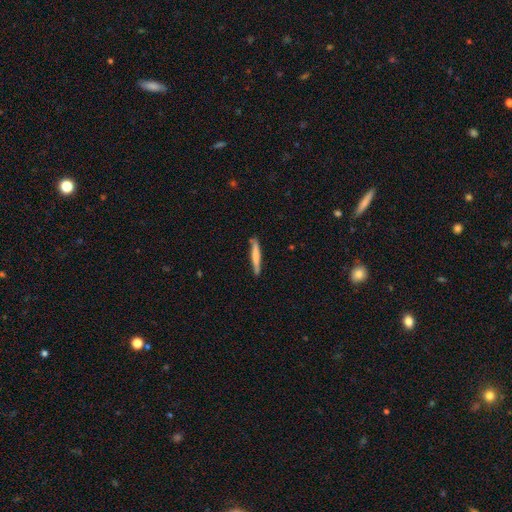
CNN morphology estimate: smooth-or-featured: smooth: 66% | featured or disk: 29% | star or artifact: 5%
  how-rounded: cigar-shaped: 95% | in between: 4% | round: 1%
  merging: none: 84% | minor disturbance: 12% | merger: 2% | major disturbance: 2%